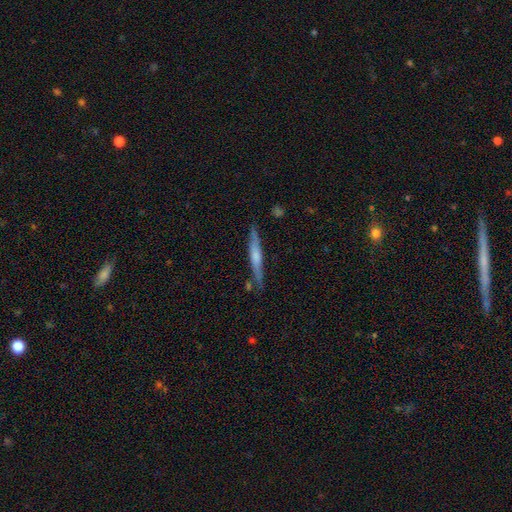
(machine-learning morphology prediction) Q: Smooth or featured?
A: featured or disk (53%); runner-up: smooth (41%)
Q: Edge-on disk?
A: yes (96%); runner-up: no (4%)
Q: Edge-on bulge?
A: rounded (52%); runner-up: none (34%)
Q: Merging?
A: none (83%); runner-up: minor disturbance (12%)